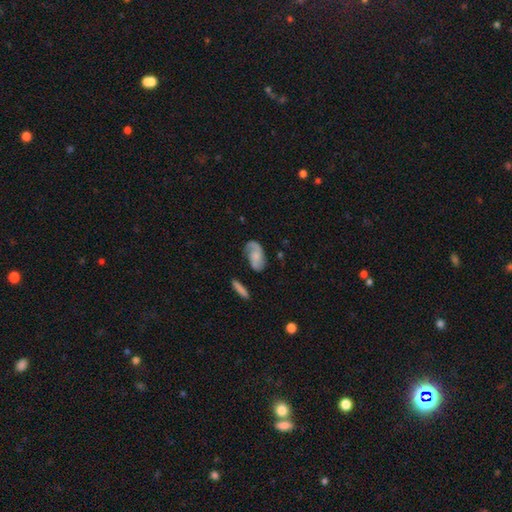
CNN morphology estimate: smooth_or_featured: featured or disk (p=0.60) [alt: smooth p=0.33]
disk_edge_on: no (p=0.95) [alt: yes p=0.05]
bar: no (p=0.67) [alt: weak p=0.28]
has_spiral_arms: yes (p=0.91) [alt: no p=0.09]
spiral_winding: medium (p=0.42) [alt: loose p=0.35]
spiral_arm_count: 2 (p=0.70) [alt: 1 p=0.19]
bulge_size: small (p=0.39) [alt: moderate p=0.29]
merging: none (p=0.60) [alt: minor disturbance p=0.24]